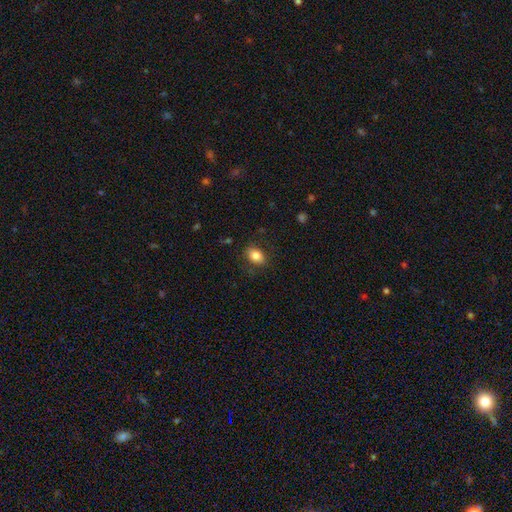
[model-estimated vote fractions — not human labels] Morphology: type=smooth (83%); roundness=in between (75%); merging=none (83%).